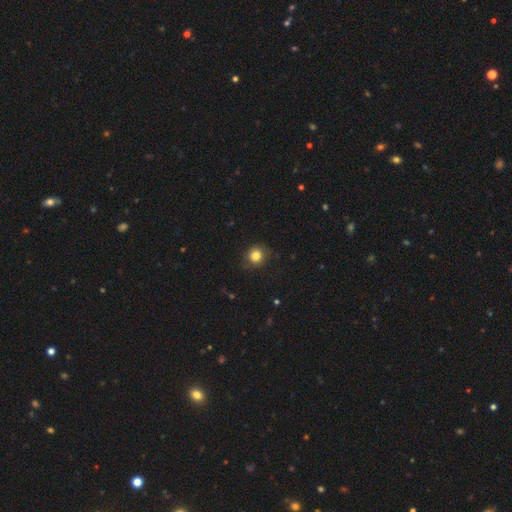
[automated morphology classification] Q: Smooth or featured?
A: smooth (82%); runner-up: star or artifact (11%)
Q: How rounded?
A: round (87%); runner-up: in between (12%)
Q: Merging?
A: none (82%); runner-up: minor disturbance (14%)